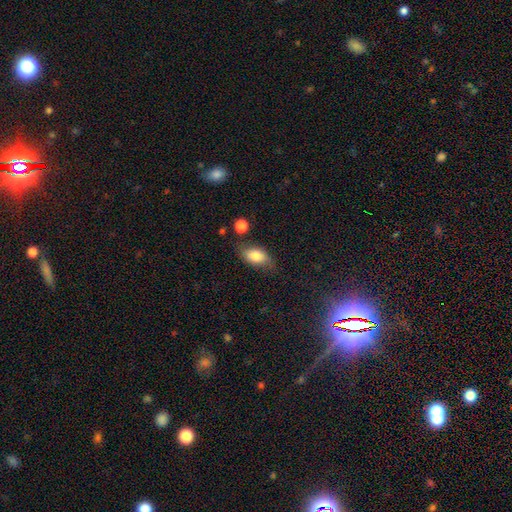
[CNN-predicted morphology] Smooth or featured? smooth (80%)
How rounded? in between (88%)
Merging? none (67%)